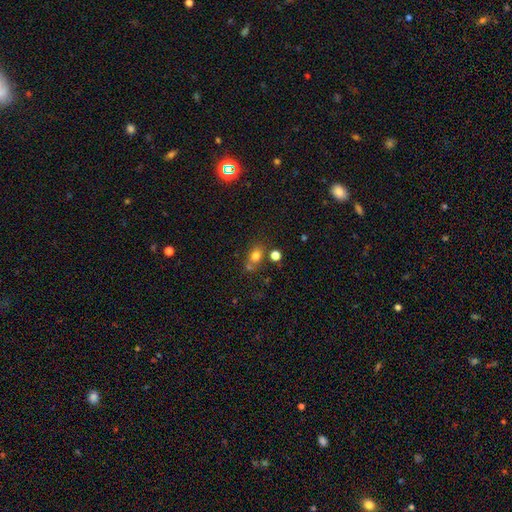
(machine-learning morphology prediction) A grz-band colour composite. It shows a smooth galaxy with no disk features (76%) that is in between round and cigar-shaped (53%). Merging: none (58%).